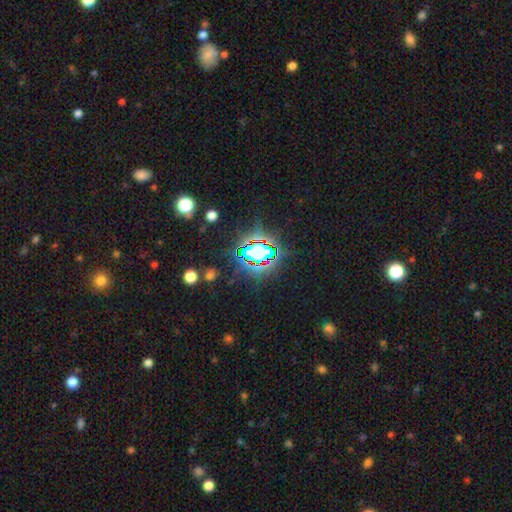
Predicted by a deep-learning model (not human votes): smooth_or_featured: star or artifact (p=0.73) [alt: smooth p=0.17]